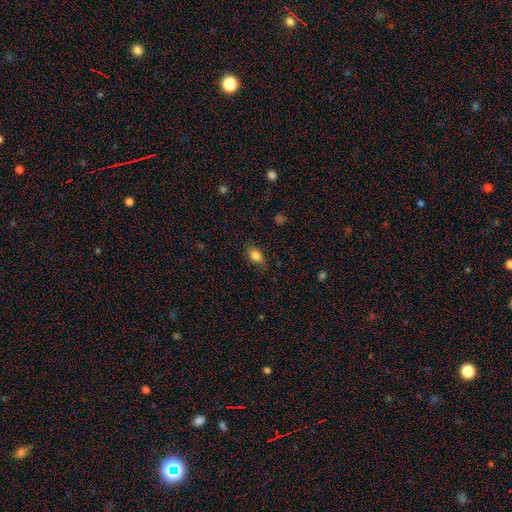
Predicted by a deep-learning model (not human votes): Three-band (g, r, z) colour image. It shows a smooth galaxy with no disk features (83%) that is in between round and cigar-shaped (83%). Merging: none (82%).